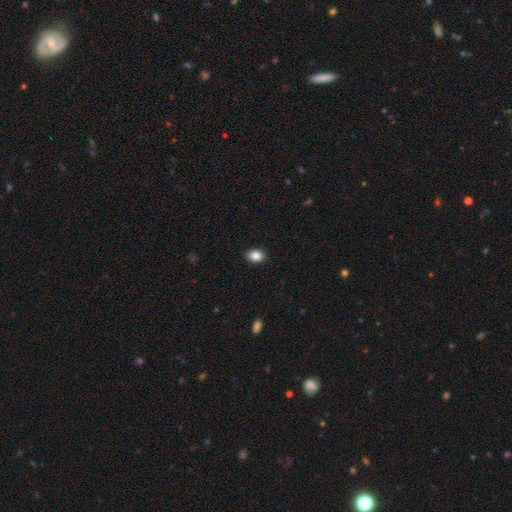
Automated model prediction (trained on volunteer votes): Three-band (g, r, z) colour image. It shows a smooth galaxy with no disk features (87%) that is in between round and cigar-shaped (71%). Merging: none (90%).